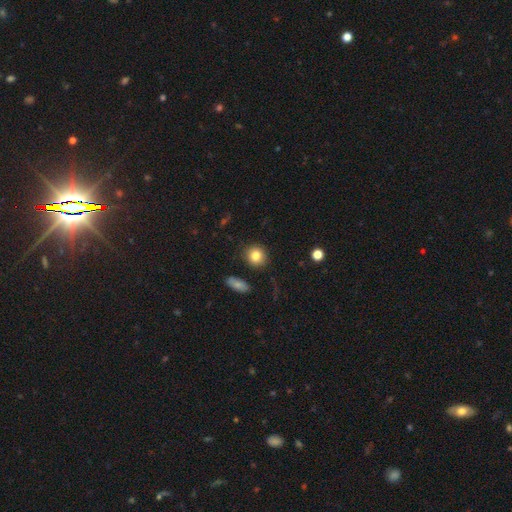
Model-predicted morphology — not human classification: The model was most divided on "how rounded": round: 84%, in between: 15%, cigar-shaped: 1%. More confident: merging — none (88%); smooth or featured — smooth (83%).